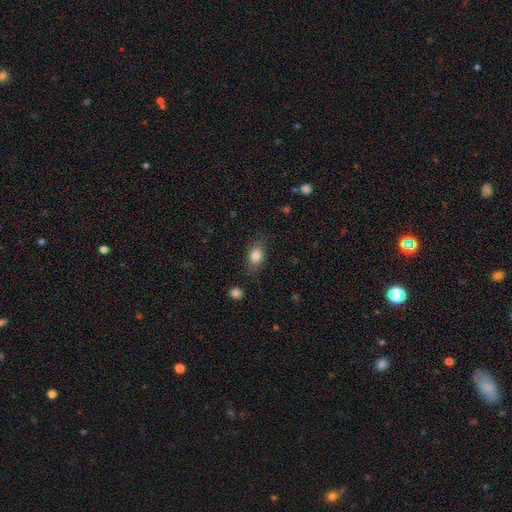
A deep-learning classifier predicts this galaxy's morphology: Smooth or featured?
  - smooth: 82% *
  - featured or disk: 9%
  - star or artifact: 9%
How rounded?
  - in between: 78% *
  - round: 18%
  - cigar-shaped: 5%
Merging?
  - none: 75% *
  - minor disturbance: 18%
  - major disturbance: 5%
  - merger: 2%